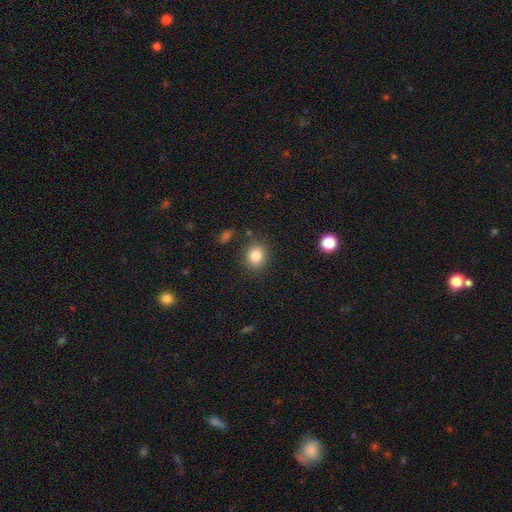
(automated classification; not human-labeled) The model was most divided on "how rounded": round: 69%, in between: 30%, cigar-shaped: 1%. More confident: merging — none (84%); smooth or featured — smooth (84%).